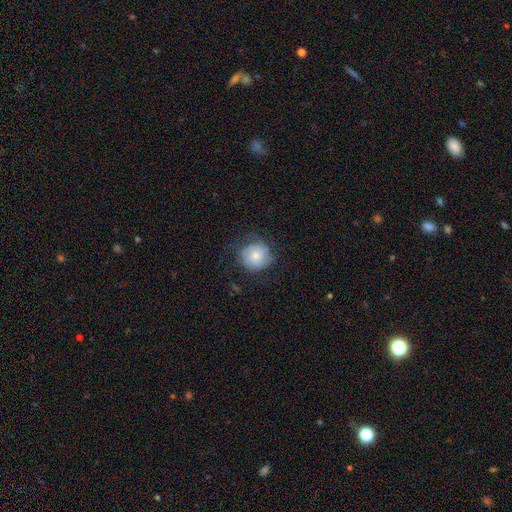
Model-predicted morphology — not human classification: This appears to be a smooth galaxy with no disk features (65%) that is round (89%). Merging: none (64%).